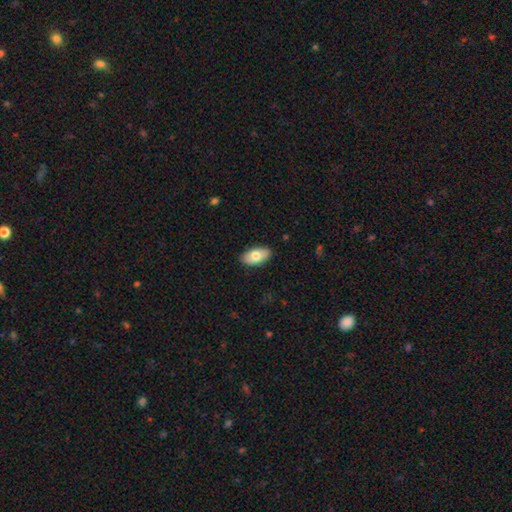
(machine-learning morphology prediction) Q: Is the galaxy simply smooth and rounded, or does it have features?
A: smooth — 74%.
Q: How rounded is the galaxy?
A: in between — 94%.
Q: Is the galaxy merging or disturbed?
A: none — 87%.